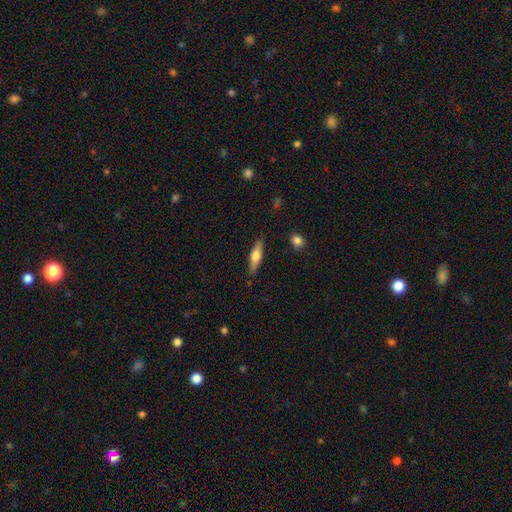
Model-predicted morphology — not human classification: smooth_or_featured: smooth (p=0.56) [alt: featured or disk p=0.38]
how_rounded: cigar-shaped (p=0.68) [alt: in between p=0.30]
merging: none (p=0.85) [alt: minor disturbance p=0.11]